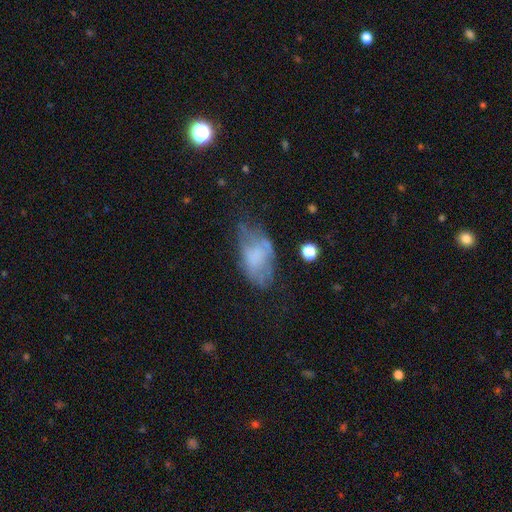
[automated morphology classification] This appears to be a smooth galaxy with no disk features (51%) that is in between round and cigar-shaped (91%). Merging: none (37%).